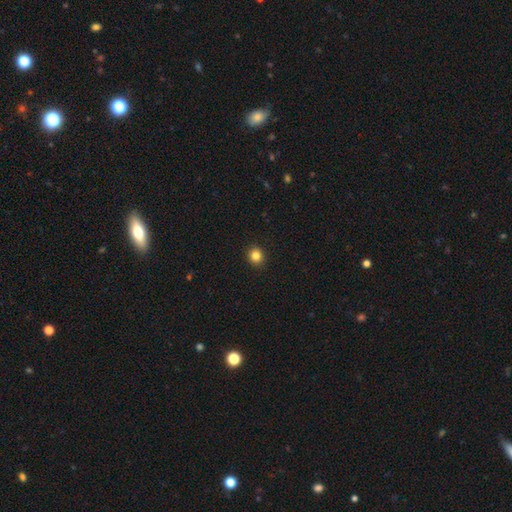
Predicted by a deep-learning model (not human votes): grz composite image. It shows a smooth galaxy with no disk features (83%) that is round (86%). Merging: none (92%).